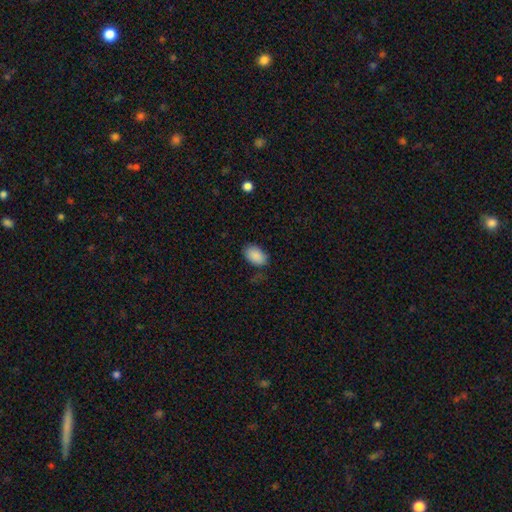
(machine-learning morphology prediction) Smooth or featured: smooth — 89% (star or artifact — 7%)
How rounded: in between — 91% (round — 8%)
Merging: none — 78% (minor disturbance — 16%)